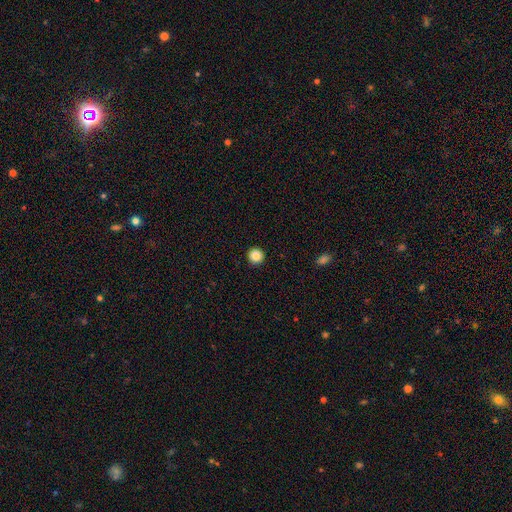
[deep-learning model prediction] This appears to be a smooth galaxy with no disk features (87%) that is round (96%). Merging: none (93%).